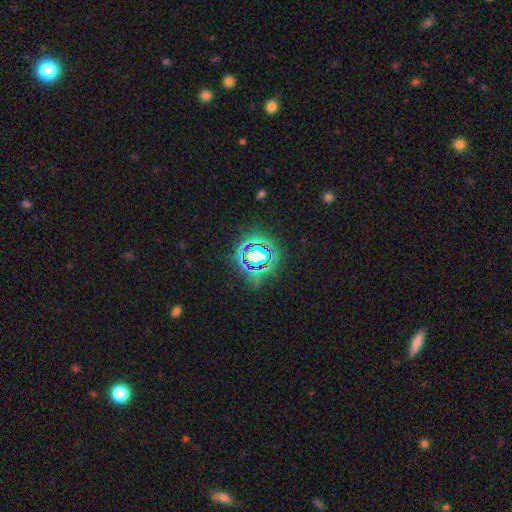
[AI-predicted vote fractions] Q: Smooth or featured?
A: star or artifact (71%); runner-up: smooth (17%)